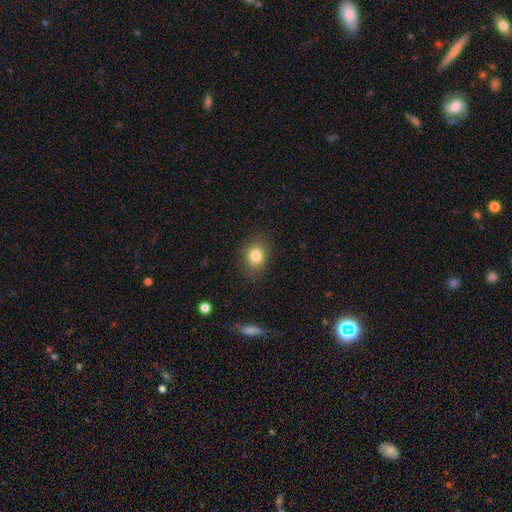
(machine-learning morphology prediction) type=smooth (82%); roundness=round (50%); merging=none (84%).